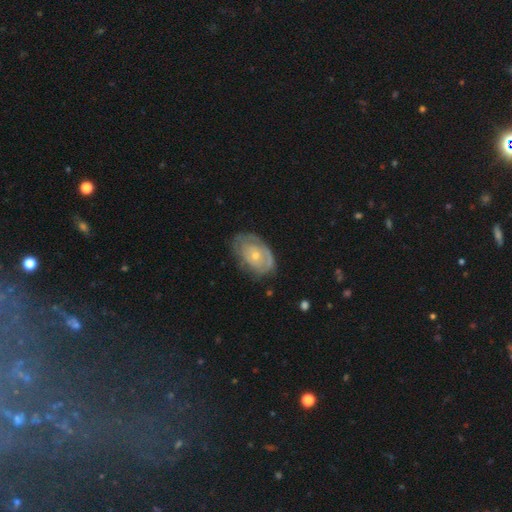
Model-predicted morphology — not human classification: smooth_or_featured: featured or disk (p=0.63) [alt: smooth p=0.31]
disk_edge_on: no (p=0.94) [alt: yes p=0.06]
bar: no (p=0.85) [alt: weak p=0.13]
has_spiral_arms: yes (p=0.61) [alt: no p=0.39]
bulge_size: small (p=0.61) [alt: moderate p=0.35]
merging: none (p=0.63) [alt: minor disturbance p=0.25]